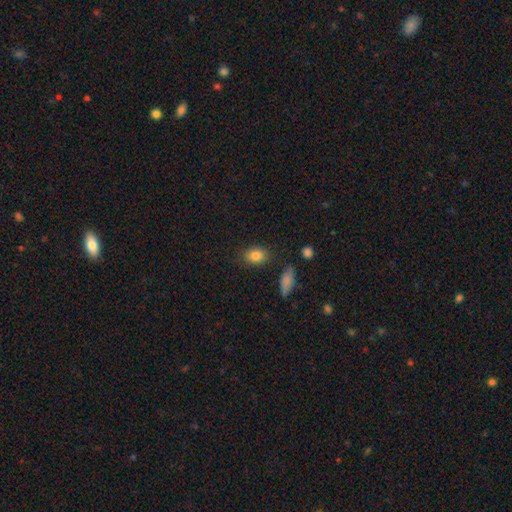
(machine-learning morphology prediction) smooth-or-featured: smooth: 84% | star or artifact: 9% | featured or disk: 7%
  how-rounded: in between: 74% | round: 24% | cigar-shaped: 2%
  merging: none: 80% | minor disturbance: 12% | merger: 4% | major disturbance: 3%